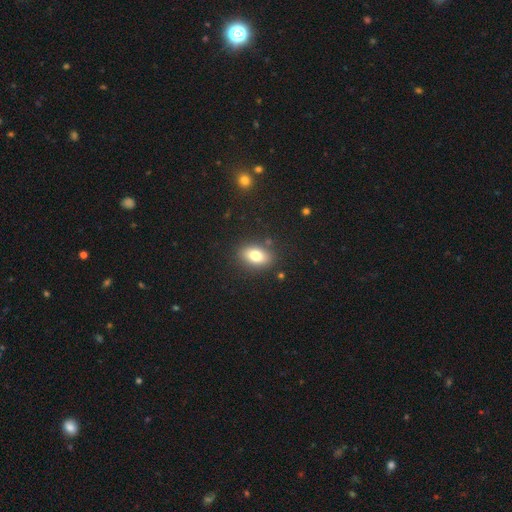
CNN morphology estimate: This is likely a smooth galaxy (77%). How rounded: clearly in between (84%). Merging: clearly none (85%).